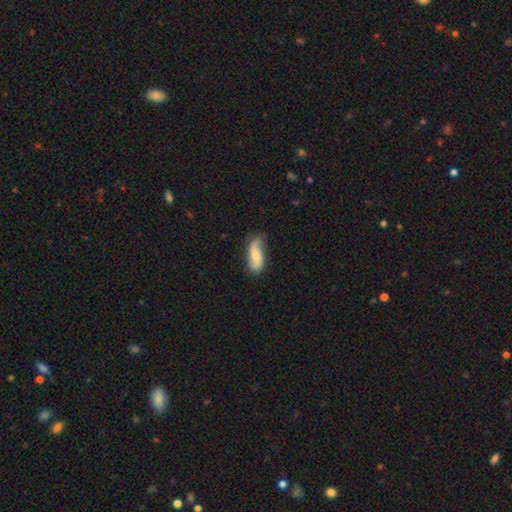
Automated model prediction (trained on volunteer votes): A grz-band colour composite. It shows a featured or disk galaxy (52%). Merging: none (64%).